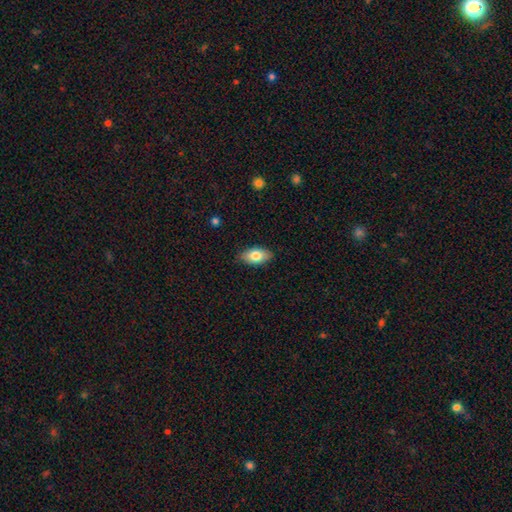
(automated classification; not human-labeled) smooth-or-featured: smooth: 79% | featured or disk: 14% | star or artifact: 7%
  how-rounded: in between: 92% | round: 5% | cigar-shaped: 3%
  merging: none: 85% | minor disturbance: 12% | major disturbance: 2% | merger: 1%